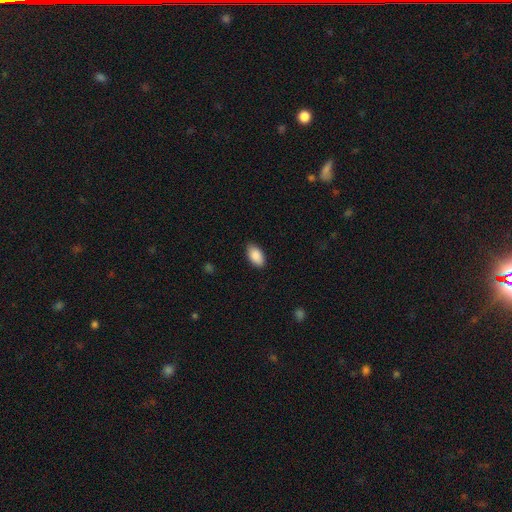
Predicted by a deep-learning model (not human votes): A smooth galaxy with no disk features (89%) that is in between round and cigar-shaped (95%). Merging: none (86%).